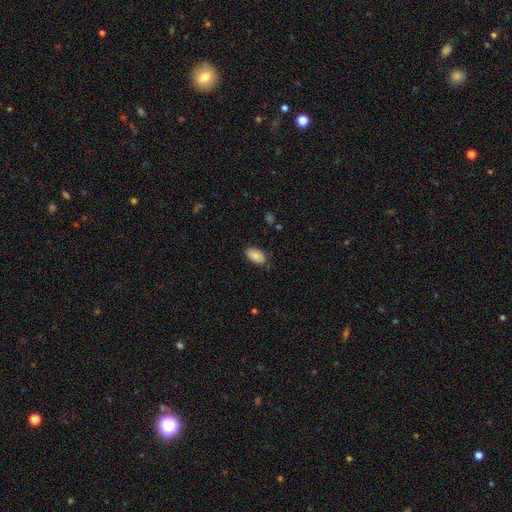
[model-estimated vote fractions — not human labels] Smooth or featured? Predicted: smooth (p=0.79). How rounded? Predicted: in between (p=0.94). Merging? Predicted: none (p=0.75).